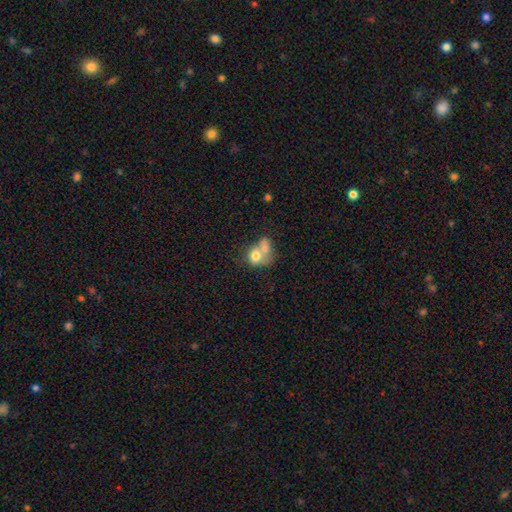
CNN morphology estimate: type=smooth (69%); roundness=round (53%); merging=merger (71%).